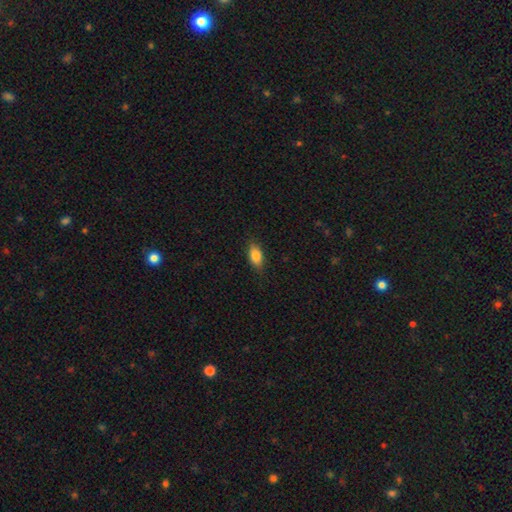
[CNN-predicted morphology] Smooth or featured? smooth (83%)
How rounded? in between (86%)
Merging? none (83%)